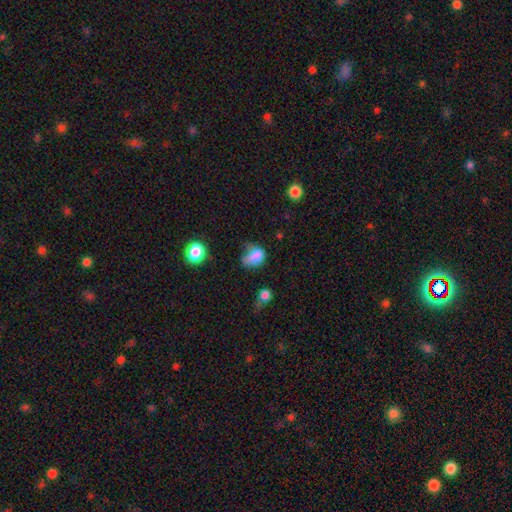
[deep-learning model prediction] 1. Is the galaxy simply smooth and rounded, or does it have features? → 75% smooth, 13% featured or disk, 12% star or artifact.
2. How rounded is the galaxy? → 70% in between, 28% round, 2% cigar-shaped.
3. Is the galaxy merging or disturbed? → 40% major disturbance, 28% minor disturbance, 22% none, 10% merger.